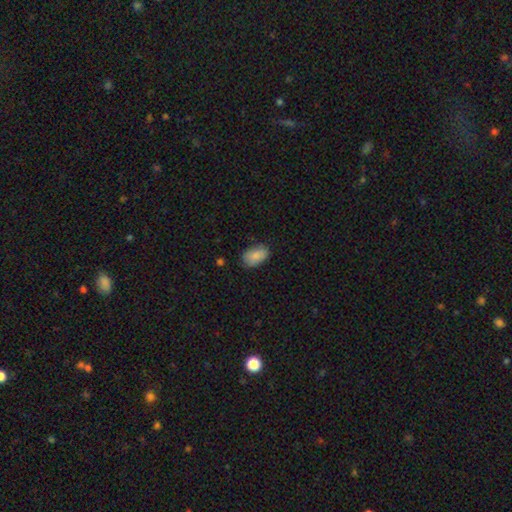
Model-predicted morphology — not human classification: Overall: smooth (86%). How rounded: in between (90%). Merging: none (80%).